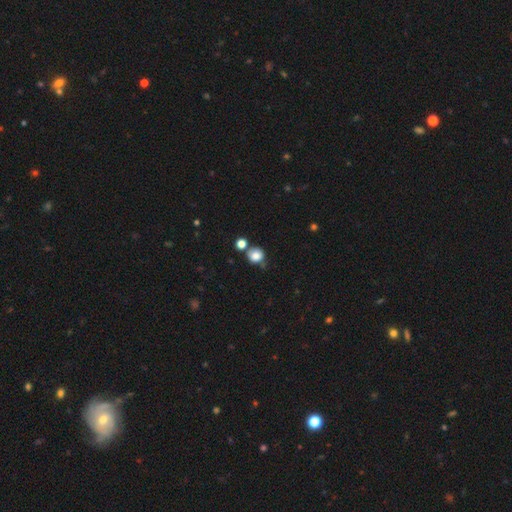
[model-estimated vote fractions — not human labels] This appears to be a smooth galaxy with no disk features (81%) that is round (85%). Merging: none (63%).